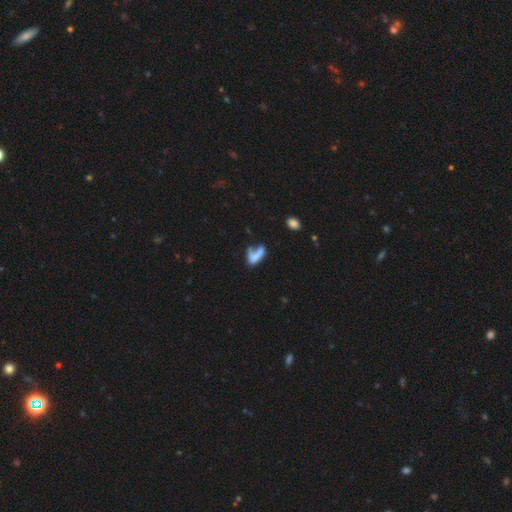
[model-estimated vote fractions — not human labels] This appears to be a smooth galaxy with no disk features (61%) that is in between round and cigar-shaped (70%). Merging: none (29%, tied with merger).